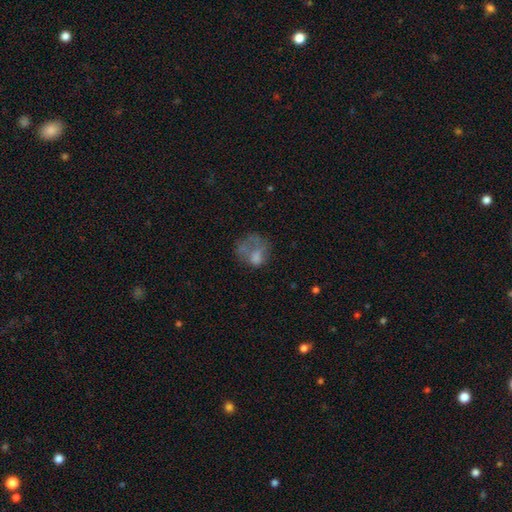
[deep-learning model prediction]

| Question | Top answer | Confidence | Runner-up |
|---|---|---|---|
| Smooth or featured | smooth | 52% | featured or disk (34%) |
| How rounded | in between | 51% | round (48%) |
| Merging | major disturbance | 40% | none (28%) |